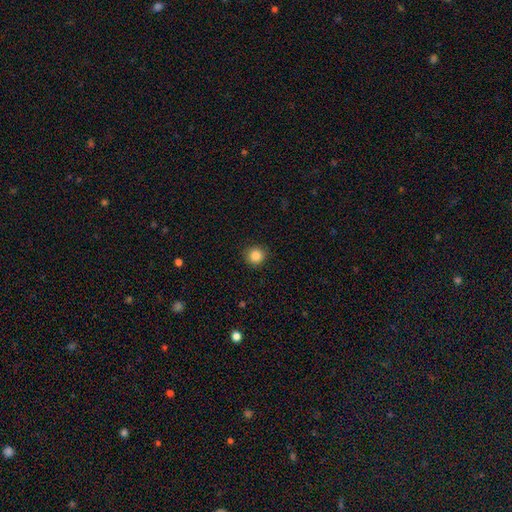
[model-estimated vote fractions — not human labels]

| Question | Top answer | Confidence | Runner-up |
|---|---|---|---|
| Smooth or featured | smooth | 86% | star or artifact (10%) |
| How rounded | round | 93% | in between (6%) |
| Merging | none | 90% | minor disturbance (7%) |